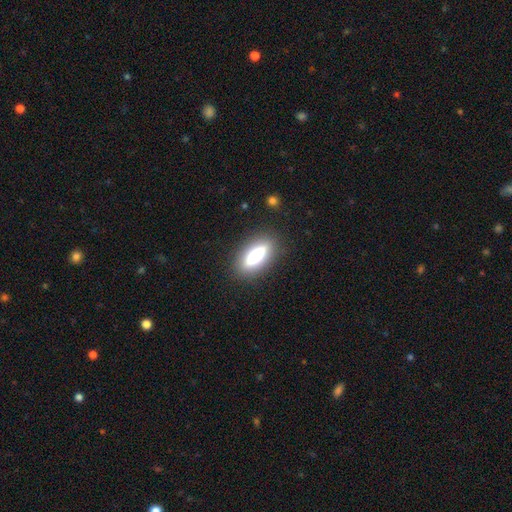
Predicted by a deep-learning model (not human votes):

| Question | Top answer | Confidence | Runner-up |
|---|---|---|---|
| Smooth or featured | smooth | 60% | featured or disk (31%) |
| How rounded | cigar-shaped | 52% | in between (45%) |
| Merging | none | 86% | minor disturbance (9%) |